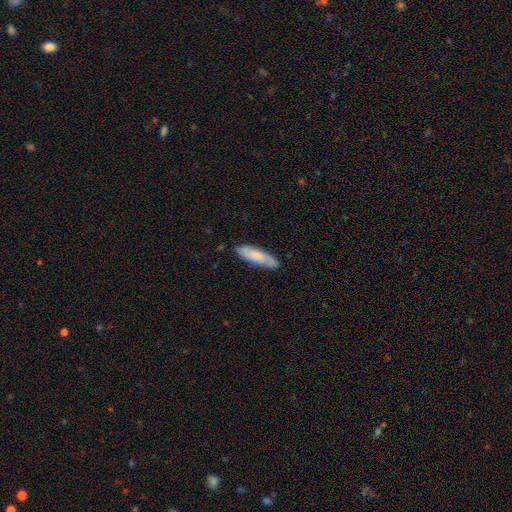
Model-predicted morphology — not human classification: Smooth or featured? Predicted: smooth (p=0.73). How rounded? Predicted: cigar-shaped (p=0.64). Merging? Predicted: none (p=0.84).